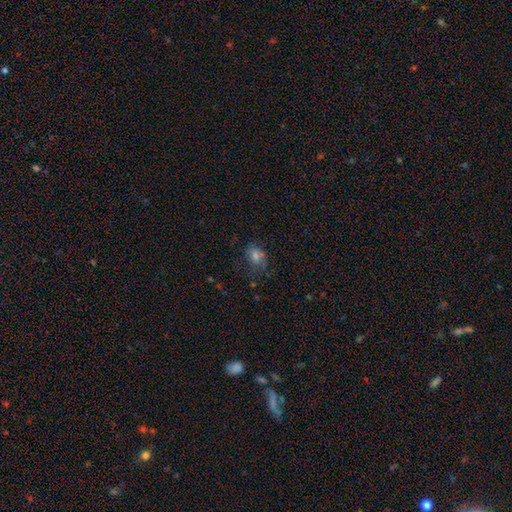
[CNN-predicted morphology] Overall: smooth (60%; star or artifact 21%). How rounded: in between (64%; round 34%). Merging: none (57%; minor disturbance 24%).